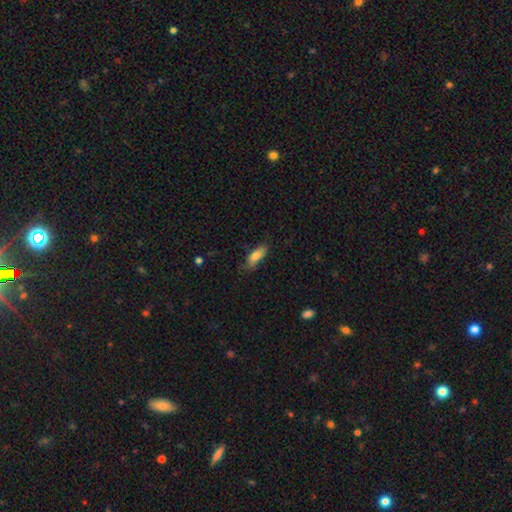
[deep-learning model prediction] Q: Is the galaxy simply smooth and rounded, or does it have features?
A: smooth — 80%.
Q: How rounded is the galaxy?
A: in between — 68%.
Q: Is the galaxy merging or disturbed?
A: none — 66%.